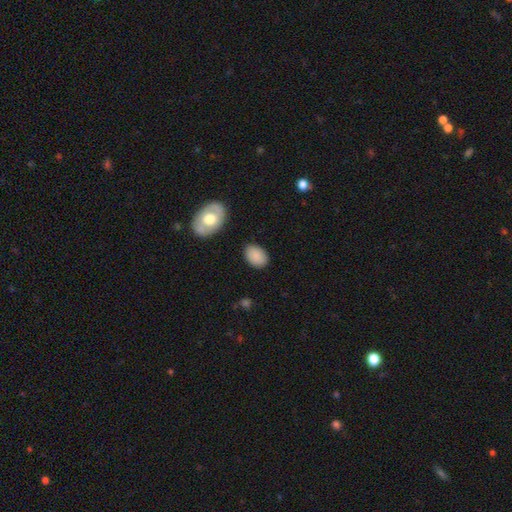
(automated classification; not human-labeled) smooth-or-featured: smooth: 87% | star or artifact: 7% | featured or disk: 6%
  how-rounded: in between: 84% | round: 15% | cigar-shaped: 1%
  merging: none: 84% | minor disturbance: 11% | major disturbance: 3% | merger: 2%